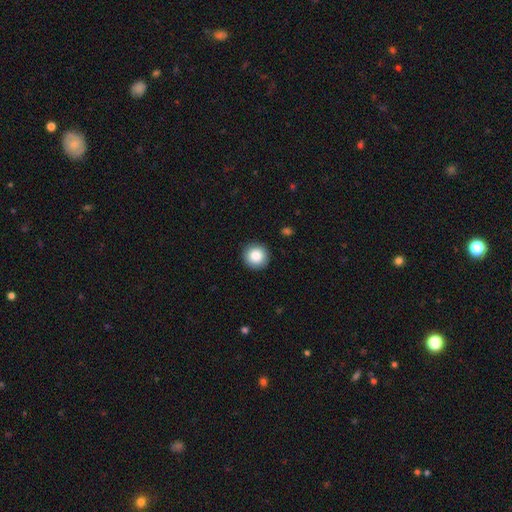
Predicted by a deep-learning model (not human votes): Smooth or featured?
  - smooth: 86% *
  - star or artifact: 8%
  - featured or disk: 6%
How rounded?
  - round: 95% *
  - in between: 4%
  - cigar-shaped: 1%
Merging?
  - none: 92% *
  - minor disturbance: 5%
  - major disturbance: 2%
  - merger: 1%